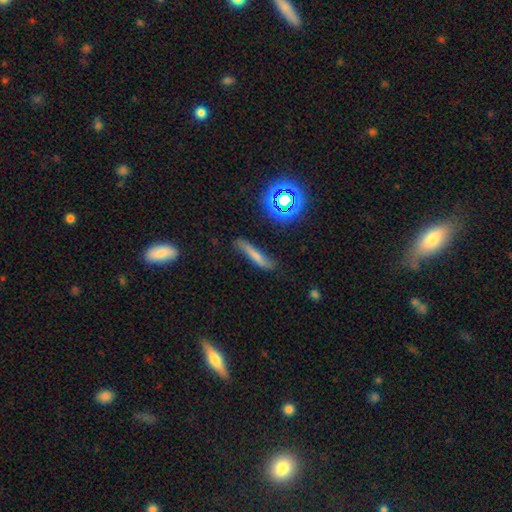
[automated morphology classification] Q: Smooth or featured?
A: smooth (63%); runner-up: featured or disk (23%)
Q: How rounded?
A: cigar-shaped (88%); runner-up: in between (9%)
Q: Merging?
A: none (70%); runner-up: minor disturbance (21%)